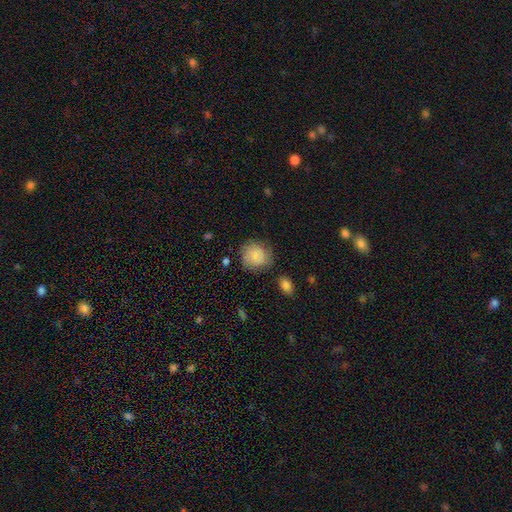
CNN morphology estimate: A smooth galaxy with no disk features (80%) that is round (84%).

Vote fractions:
- Smooth or featured? smooth: 80% / featured or disk: 13% / star or artifact: 7%
- How rounded? round: 84% / in between: 15% / cigar-shaped: 1%
- Merging? none: 70% / minor disturbance: 20% / major disturbance: 7% / merger: 3%